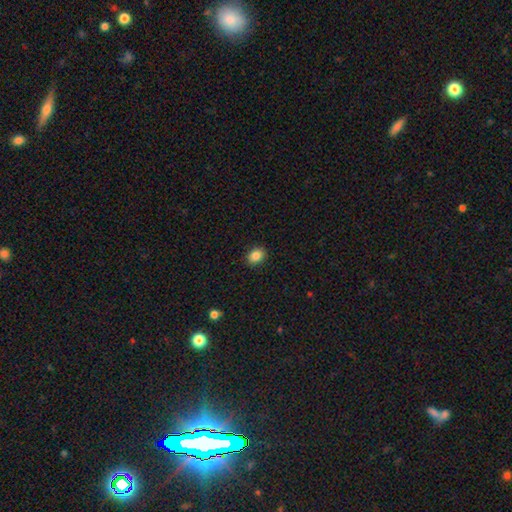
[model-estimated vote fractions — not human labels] The model was most divided on "how rounded": in between: 60%, round: 39%, cigar-shaped: 1%. More confident: merging — none (90%); smooth or featured — smooth (85%).